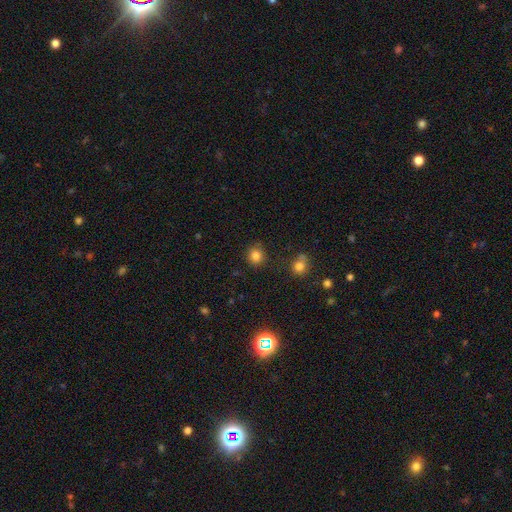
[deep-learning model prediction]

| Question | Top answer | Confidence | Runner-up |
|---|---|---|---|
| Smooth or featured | smooth | 83% | star or artifact (12%) |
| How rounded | round | 89% | in between (10%) |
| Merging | none | 85% | minor disturbance (10%) |